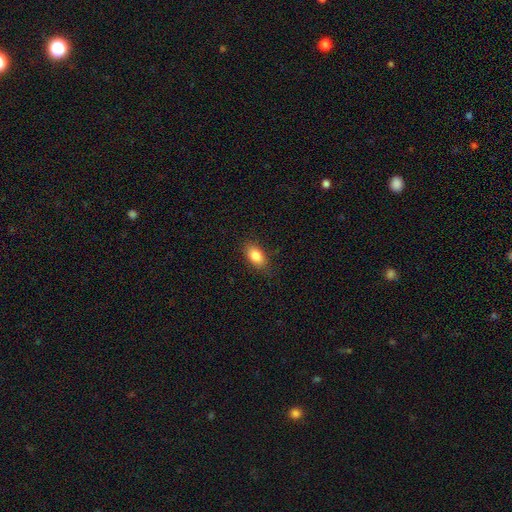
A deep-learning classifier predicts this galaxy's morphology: smooth 84%, star or artifact 8%, featured or disk 8%. Down the decision tree: how rounded — in between (88%); merging — none (83%).